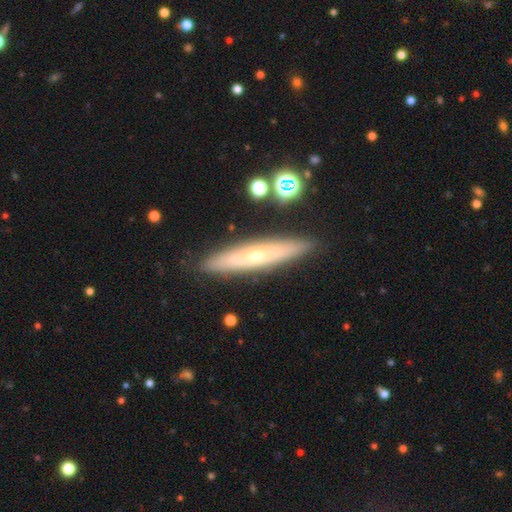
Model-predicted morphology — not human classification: Smooth or featured? Predicted: featured or disk (p=0.54). Edge-on disk? Predicted: yes (p=0.76). Merging? Predicted: none (p=0.87).